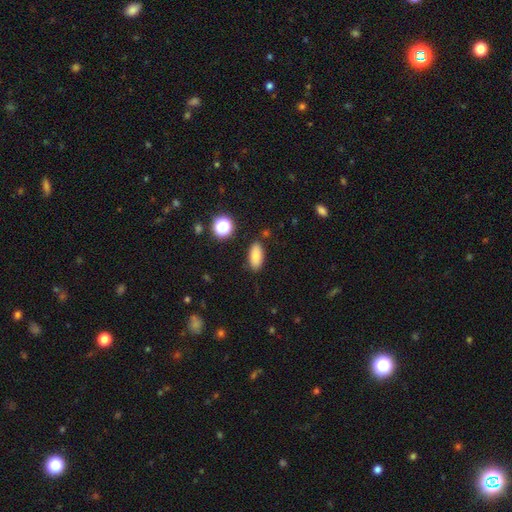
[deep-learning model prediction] Smooth or featured? Predicted: smooth (p=0.83). How rounded? Predicted: in between (p=0.85). Merging? Predicted: none (p=0.86).